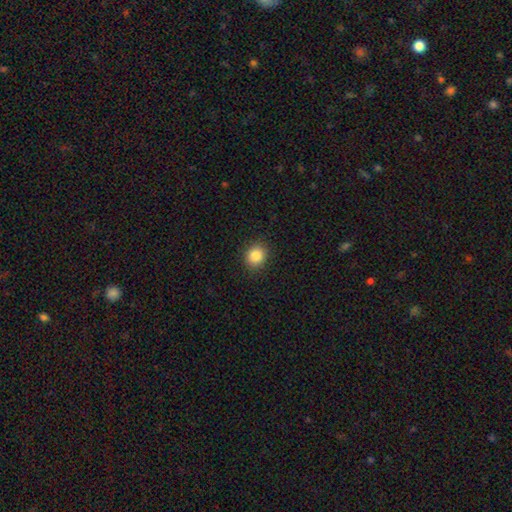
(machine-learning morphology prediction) Smooth or featured? Predicted: smooth (p=0.85). How rounded? Predicted: round (p=0.79). Merging? Predicted: none (p=0.90).